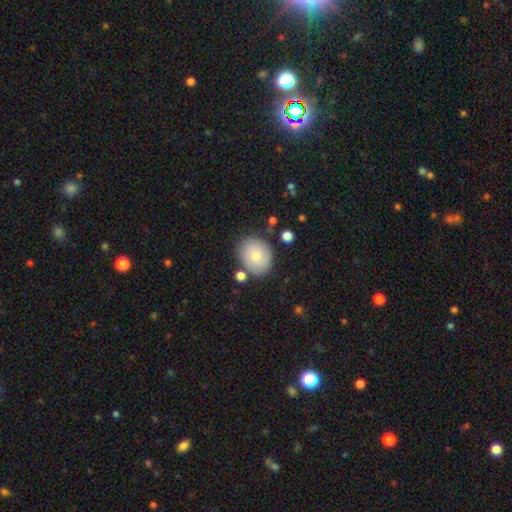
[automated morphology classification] This appears to be a smooth galaxy with no disk features (74%) that is round (56%). Merging: none (77%).